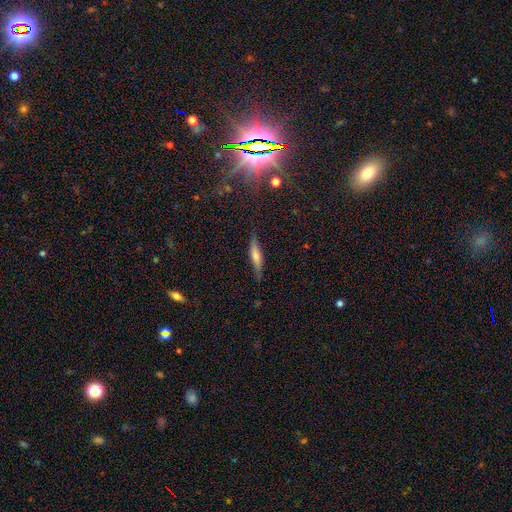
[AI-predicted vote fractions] smooth_or_featured: smooth (p=0.53) [alt: featured or disk p=0.39]
how_rounded: cigar-shaped (p=0.82) [alt: in between p=0.16]
merging: none (p=0.81) [alt: minor disturbance p=0.15]